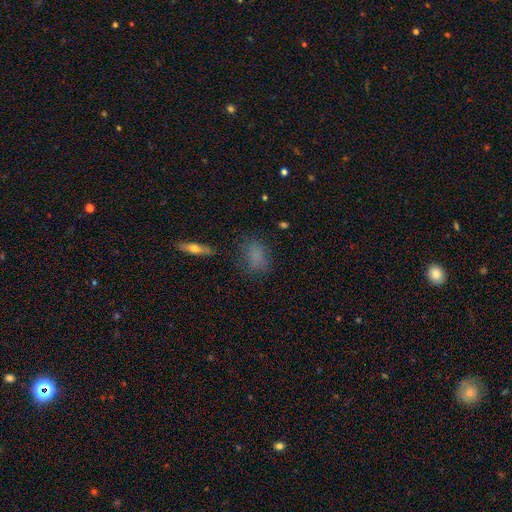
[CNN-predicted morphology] type=smooth (75%); roundness=in between (74%); merging=none (72%).